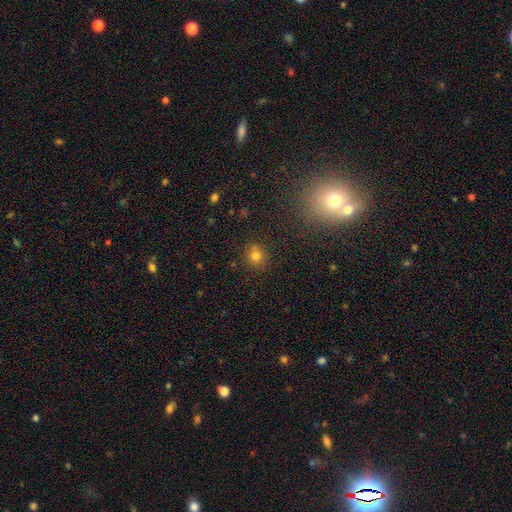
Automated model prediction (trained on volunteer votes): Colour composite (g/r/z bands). It shows a smooth galaxy with no disk features (76%) that is round (85%). Merging: none (75%).